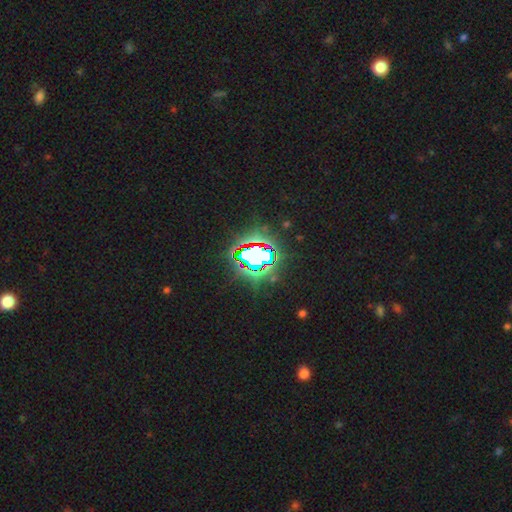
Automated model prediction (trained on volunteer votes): Overall: star or artifact (83%).